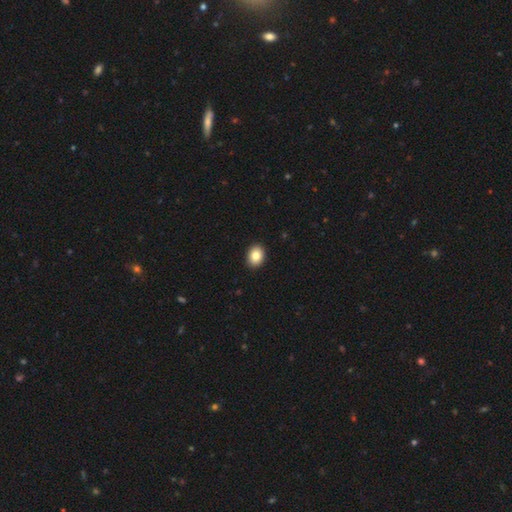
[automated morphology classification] Overall: smooth (84%). How rounded: in between (58%; round 41%). Merging: none (92%).